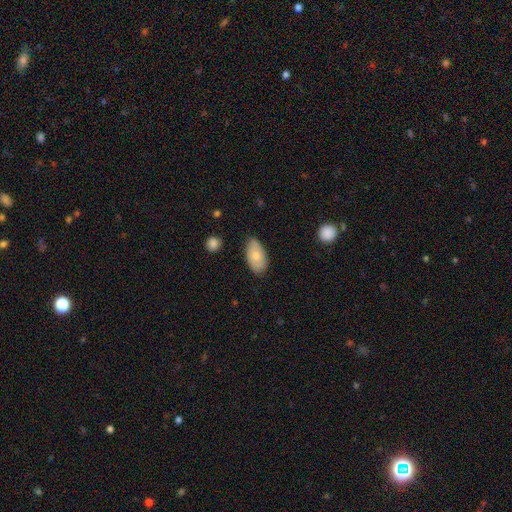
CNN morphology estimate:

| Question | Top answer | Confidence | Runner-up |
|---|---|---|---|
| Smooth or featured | smooth | 79% | featured or disk (15%) |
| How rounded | in between | 94% | round (3%) |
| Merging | none | 77% | minor disturbance (18%) |